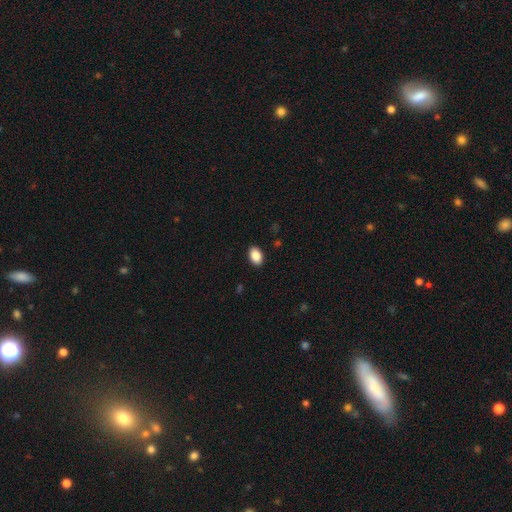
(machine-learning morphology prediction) Q: Smooth or featured?
A: smooth (88%); runner-up: star or artifact (8%)
Q: How rounded?
A: in between (85%); runner-up: round (14%)
Q: Merging?
A: none (90%); runner-up: minor disturbance (7%)